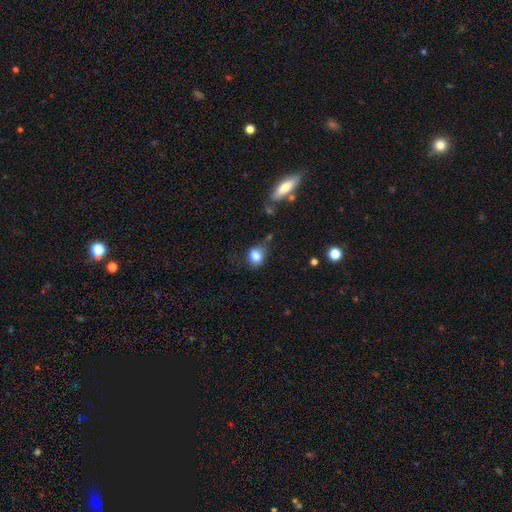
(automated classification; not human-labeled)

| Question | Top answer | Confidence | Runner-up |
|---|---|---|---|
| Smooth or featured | smooth | 83% | star or artifact (9%) |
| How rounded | round | 55% | in between (44%) |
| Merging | none | 63% | minor disturbance (25%) |